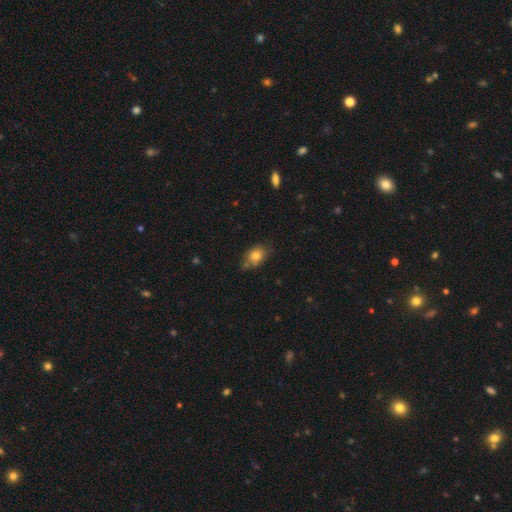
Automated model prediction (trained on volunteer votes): Smooth or featured: smooth — 79% (featured or disk — 11%)
How rounded: in between — 70% (round — 28%)
Merging: none — 61% (minor disturbance — 28%)